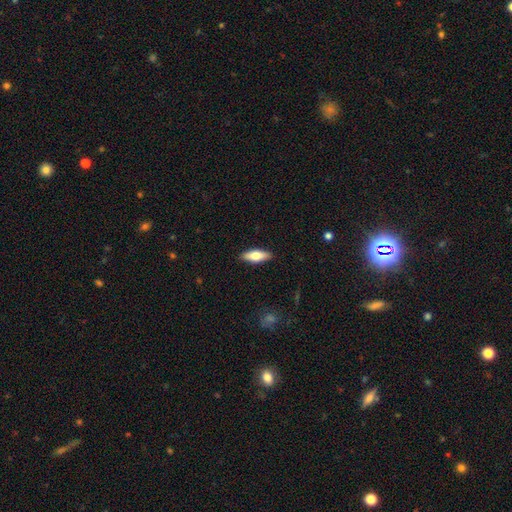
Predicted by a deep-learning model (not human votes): This appears to be a smooth galaxy with no disk features (68%) that is in between round and cigar-shaped (62%). Merging: none (89%).